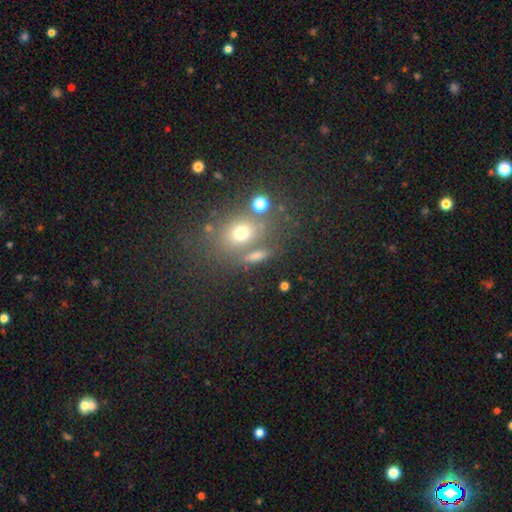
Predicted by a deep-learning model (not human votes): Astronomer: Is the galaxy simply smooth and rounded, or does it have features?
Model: smooth — 59%.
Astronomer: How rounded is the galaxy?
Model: in between — 50% (runner-up: round, 48%).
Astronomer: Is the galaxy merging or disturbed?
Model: none — 57%.